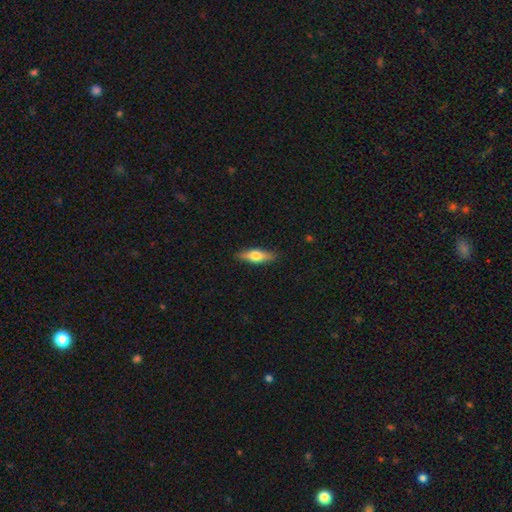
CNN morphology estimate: A smooth galaxy with no disk features (55%) that is in between round and cigar-shaped (49%). Merging: none (88%).